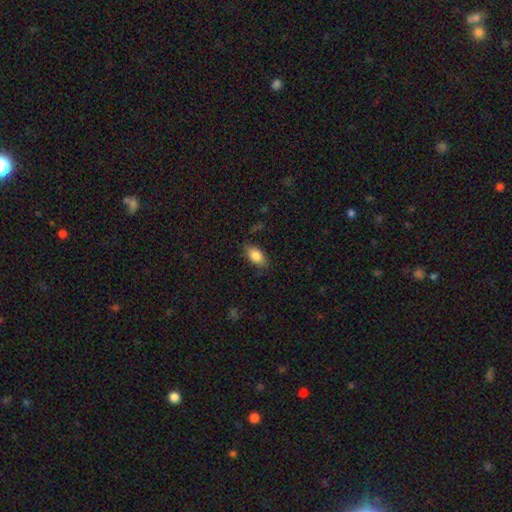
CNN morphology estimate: Smooth or featured?
  - smooth: 84% *
  - featured or disk: 8%
  - star or artifact: 8%
How rounded?
  - in between: 89% *
  - round: 6%
  - cigar-shaped: 5%
Merging?
  - none: 79% *
  - minor disturbance: 16%
  - major disturbance: 4%
  - merger: 1%